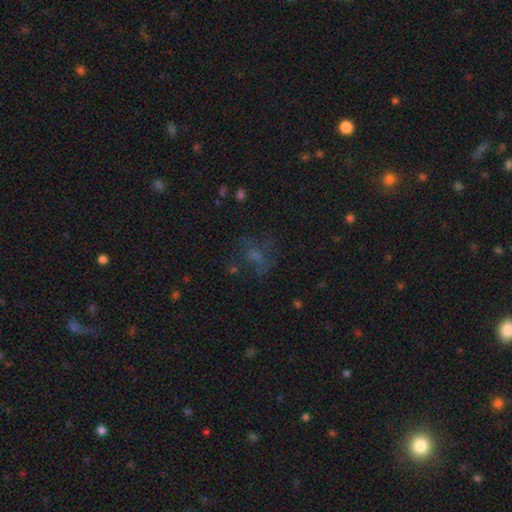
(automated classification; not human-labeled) Smooth or featured? smooth (41%)
Merging? none (55%)